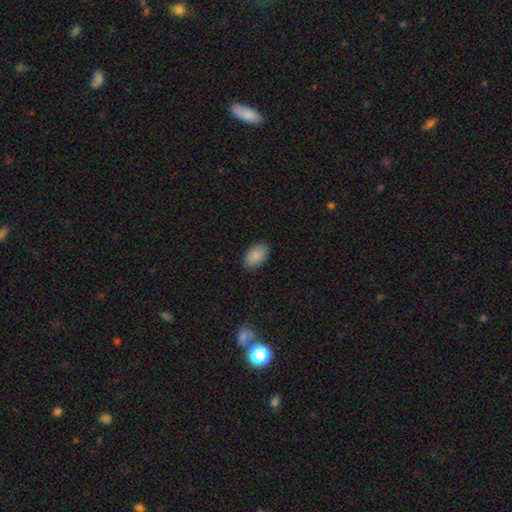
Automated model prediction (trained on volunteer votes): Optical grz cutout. It shows a smooth galaxy with no disk features (89%) that is in between round and cigar-shaped (92%). Merging: none (88%).